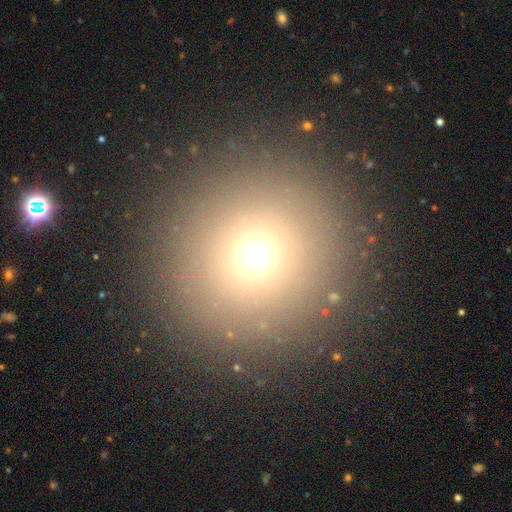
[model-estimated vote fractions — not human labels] Smooth or featured?
  - smooth: 63% *
  - star or artifact: 27%
  - featured or disk: 10%
How rounded?
  - round: 88% *
  - in between: 11%
  - cigar-shaped: 1%
Merging?
  - none: 86% *
  - minor disturbance: 7%
  - major disturbance: 4%
  - merger: 3%